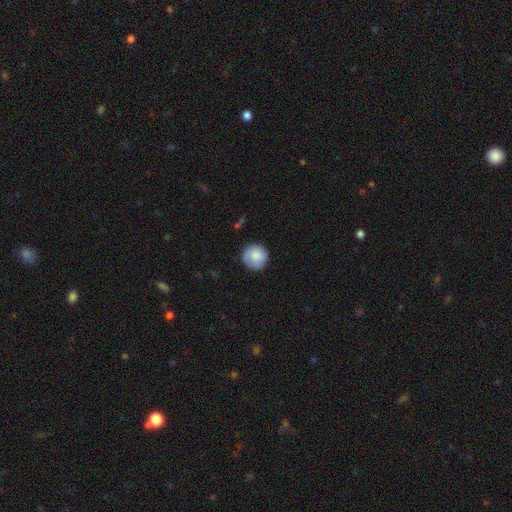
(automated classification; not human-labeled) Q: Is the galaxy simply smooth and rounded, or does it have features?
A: smooth — 79%.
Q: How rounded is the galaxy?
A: round — 94%.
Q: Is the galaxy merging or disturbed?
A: none — 82%.